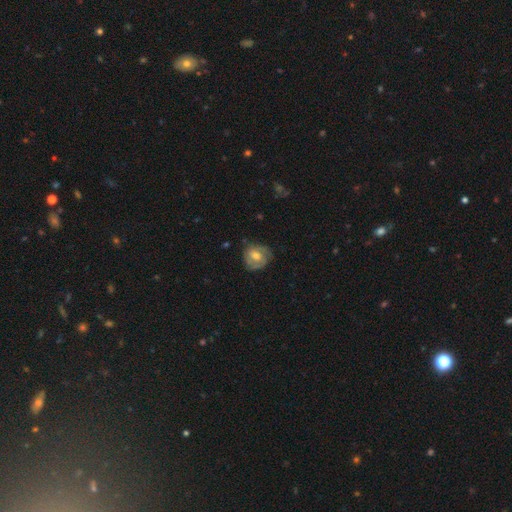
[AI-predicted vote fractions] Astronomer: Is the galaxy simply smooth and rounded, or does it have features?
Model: featured or disk — 50% (runner-up: smooth, 43%).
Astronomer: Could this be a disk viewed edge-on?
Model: no — 97%.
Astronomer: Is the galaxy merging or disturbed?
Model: none — 65%.